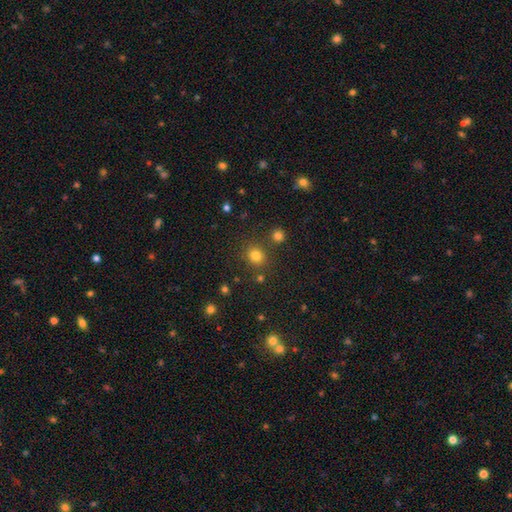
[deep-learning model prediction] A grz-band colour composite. It shows a smooth galaxy with no disk features (78%) that is round (82%). Merging: none (81%).